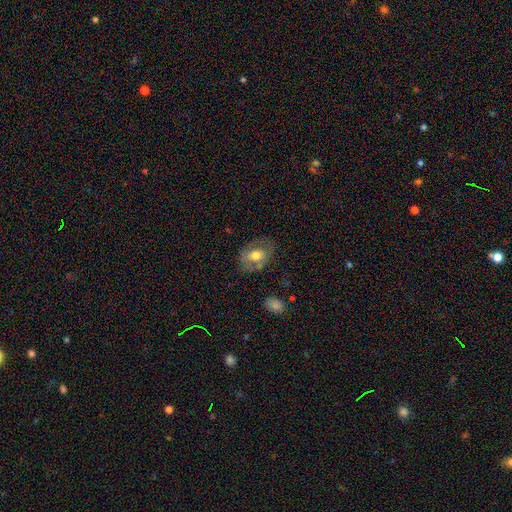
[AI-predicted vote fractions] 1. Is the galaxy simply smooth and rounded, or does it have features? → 53% smooth, 40% featured or disk, 7% star or artifact.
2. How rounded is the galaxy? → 73% in between, 26% round, 1% cigar-shaped.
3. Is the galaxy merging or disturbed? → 70% none, 19% minor disturbance, 7% major disturbance, 4% merger.